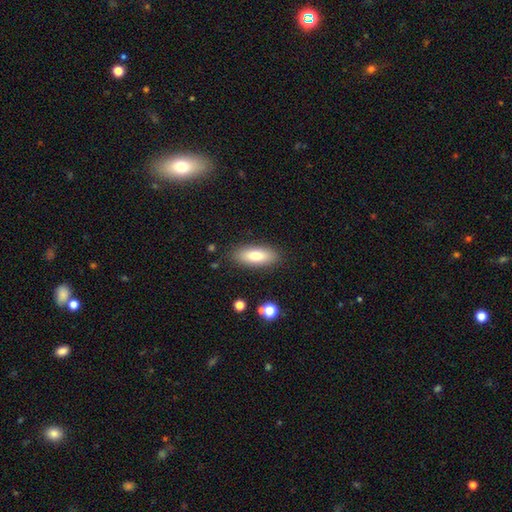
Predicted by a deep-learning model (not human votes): smooth_or_featured: smooth (p=0.79) [alt: featured or disk p=0.14]
how_rounded: in between (p=0.75) [alt: cigar-shaped p=0.23]
merging: none (p=0.86) [alt: minor disturbance p=0.10]